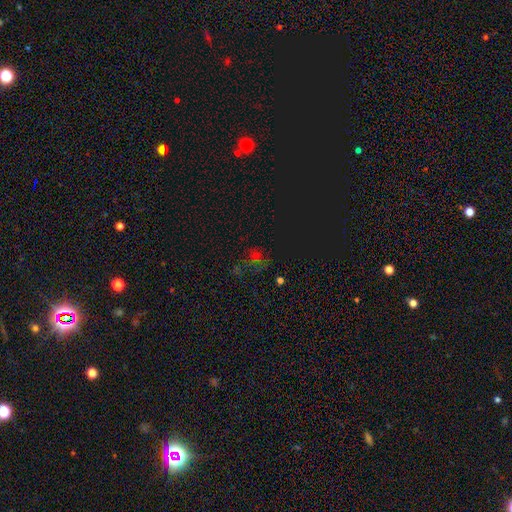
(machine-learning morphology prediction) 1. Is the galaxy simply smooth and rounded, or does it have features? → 60% star or artifact, 28% smooth, 12% featured or disk.